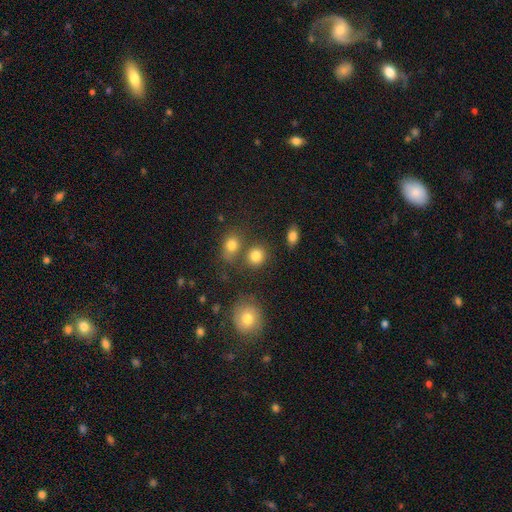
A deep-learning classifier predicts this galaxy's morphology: Smooth or featured? Predicted: smooth (p=0.81). How rounded? Predicted: round (p=0.76). Merging? Predicted: none (p=0.68).